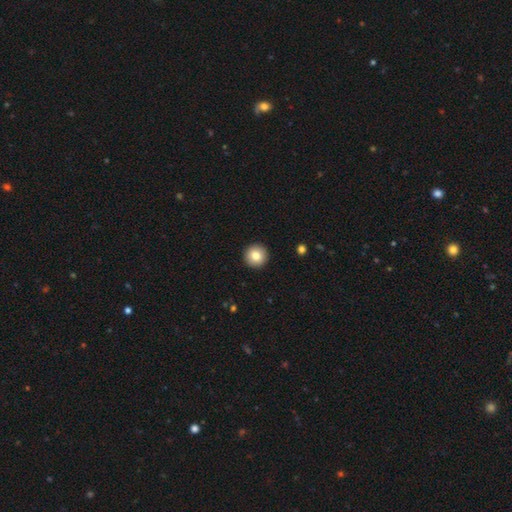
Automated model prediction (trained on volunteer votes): This appears to be a smooth galaxy with no disk features (82%) that is round (96%). Merging: none (93%).